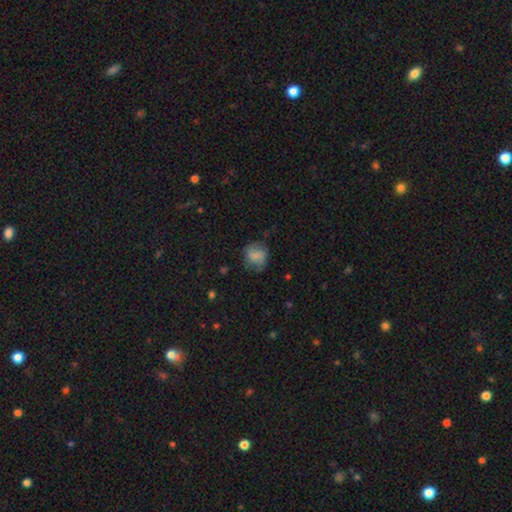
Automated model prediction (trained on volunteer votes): Smooth or featured: smooth — 65% (featured or disk — 25%)
How rounded: round — 68% (in between — 31%)
Merging: none — 60% (minor disturbance — 26%)